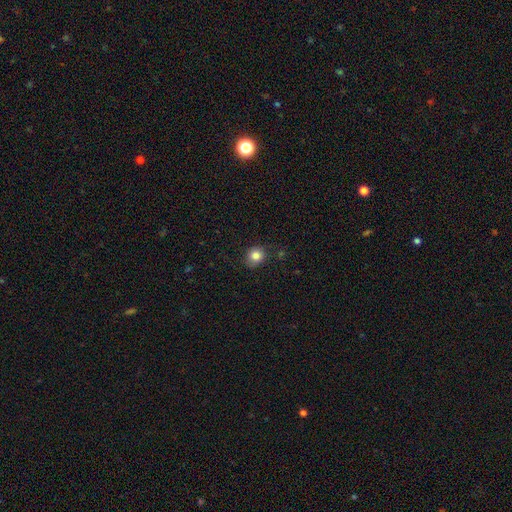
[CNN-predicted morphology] A smooth galaxy with no disk features (83%) that is round (78%). Merging: none (80%).